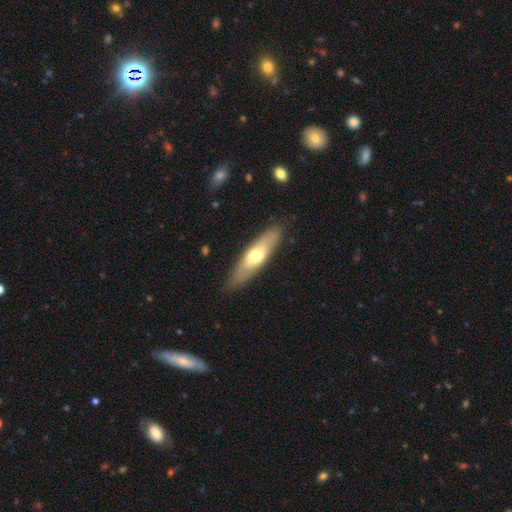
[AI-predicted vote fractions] This is possibly a smooth galaxy (56%). How rounded: possibly cigar-shaped (59%). Merging: clearly none (86%).